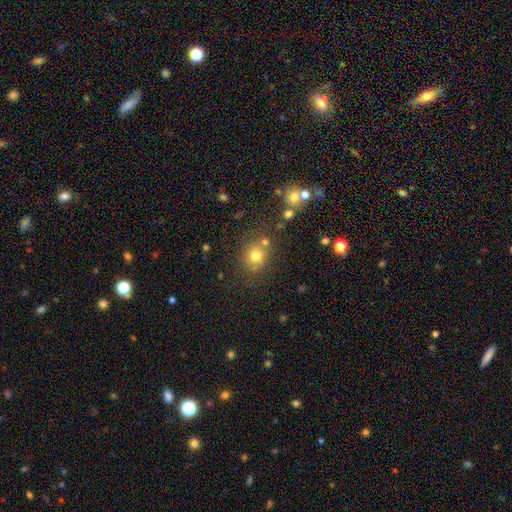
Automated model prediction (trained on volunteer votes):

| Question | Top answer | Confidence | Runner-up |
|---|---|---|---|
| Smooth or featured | smooth | 75% | star or artifact (16%) |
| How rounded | round | 77% | in between (22%) |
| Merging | none | 70% | minor disturbance (13%) |